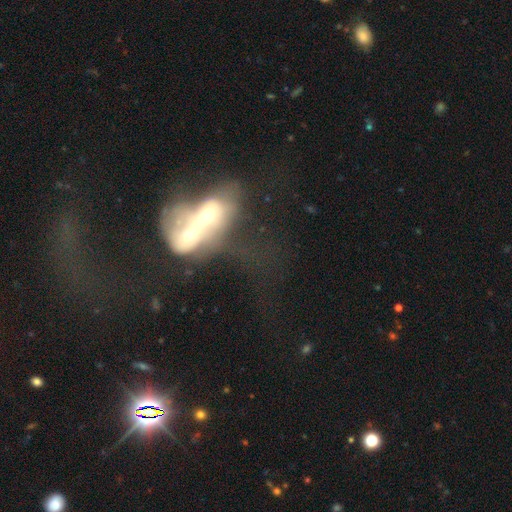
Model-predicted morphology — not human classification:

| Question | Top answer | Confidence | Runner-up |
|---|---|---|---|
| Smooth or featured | featured or disk | 56% | smooth (29%) |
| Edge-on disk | no | 90% | yes (10%) |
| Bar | no | 78% | weak (15%) |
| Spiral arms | no | 72% | yes (28%) |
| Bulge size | moderate | 55% | small (28%) |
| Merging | merger | 80% | major disturbance (11%) |